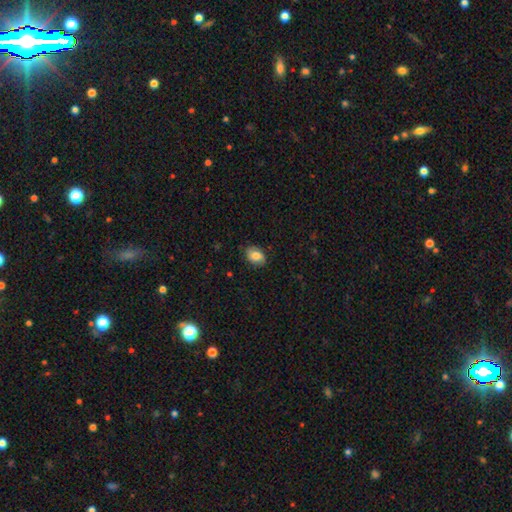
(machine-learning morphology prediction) Overall: smooth (80%). How rounded: in between (78%). Merging: none (82%).